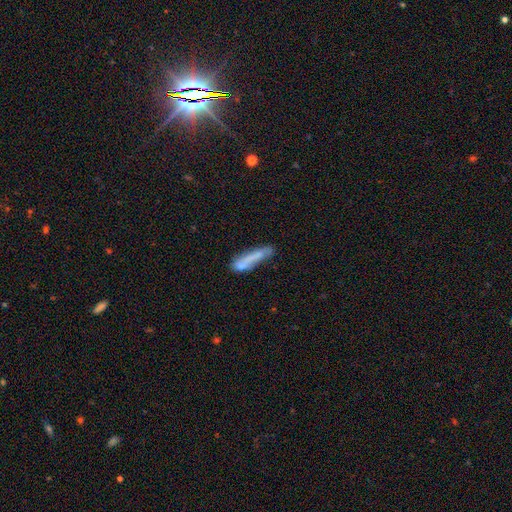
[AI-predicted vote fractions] A smooth galaxy with no disk features (61%) that is cigar-shaped (86%).

Vote fractions:
- Smooth or featured? smooth: 61% / featured or disk: 30% / star or artifact: 9%
- How rounded? cigar-shaped: 86% / in between: 12% / round: 2%
- Merging? none: 49% / minor disturbance: 23% / merger: 16% / major disturbance: 11%